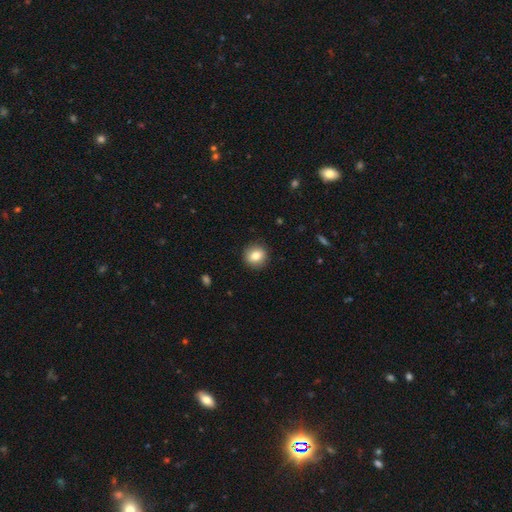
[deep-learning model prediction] This is clearly a smooth galaxy (80%). How rounded: clearly round (88%). Merging: clearly none (91%).